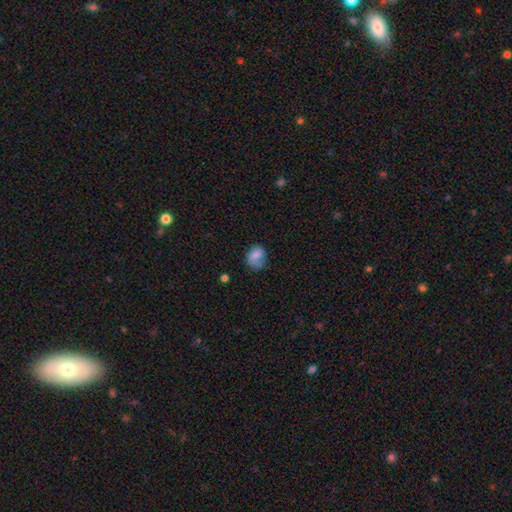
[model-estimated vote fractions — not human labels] Smooth or featured?
  - smooth: 74% *
  - featured or disk: 16%
  - star or artifact: 10%
How rounded?
  - round: 52% *
  - in between: 47%
  - cigar-shaped: 1%
Merging?
  - none: 47% *
  - minor disturbance: 30%
  - major disturbance: 17%
  - merger: 5%